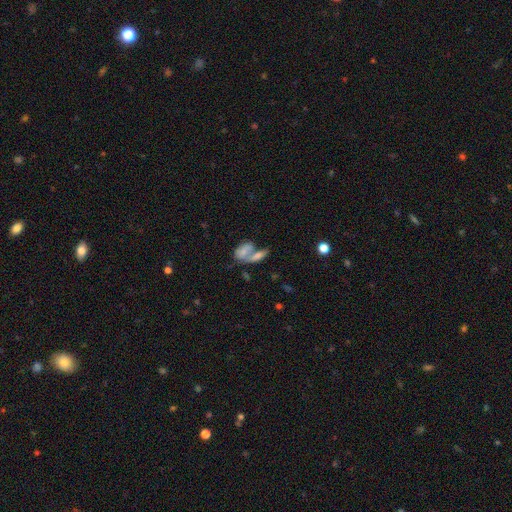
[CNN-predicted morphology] type=featured or disk (40%); merging=merger (42%).